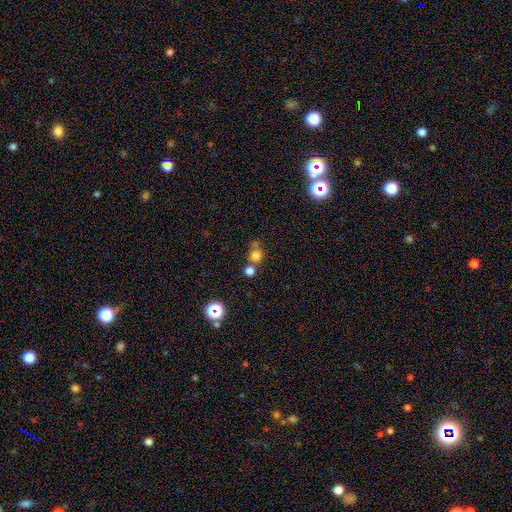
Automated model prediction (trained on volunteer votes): smooth-or-featured: smooth: 76% | star or artifact: 16% | featured or disk: 8%
  how-rounded: round: 86% | in between: 13% | cigar-shaped: 1%
  merging: none: 56% | merger: 30% | minor disturbance: 10% | major disturbance: 4%